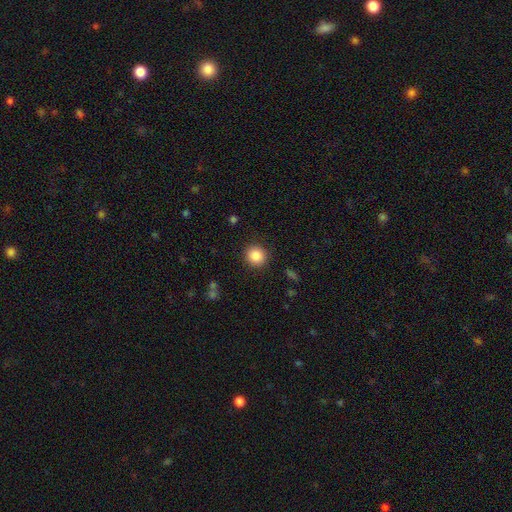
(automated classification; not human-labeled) Smooth or featured? smooth (87%)
How rounded? round (90%)
Merging? none (90%)